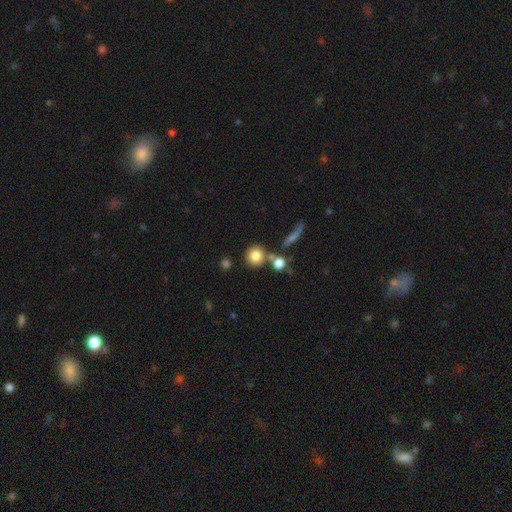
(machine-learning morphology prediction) Smooth or featured? Predicted: smooth (p=0.79). How rounded? Predicted: round (p=0.89). Merging? Predicted: none (p=0.70).